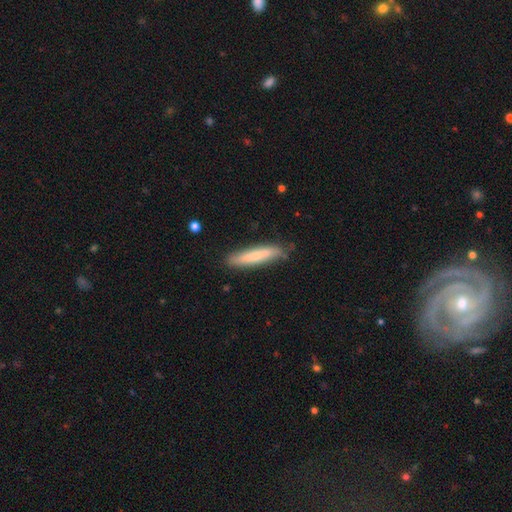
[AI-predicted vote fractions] A smooth galaxy with no disk features (71%) that is cigar-shaped (89%). Merging: none (83%).